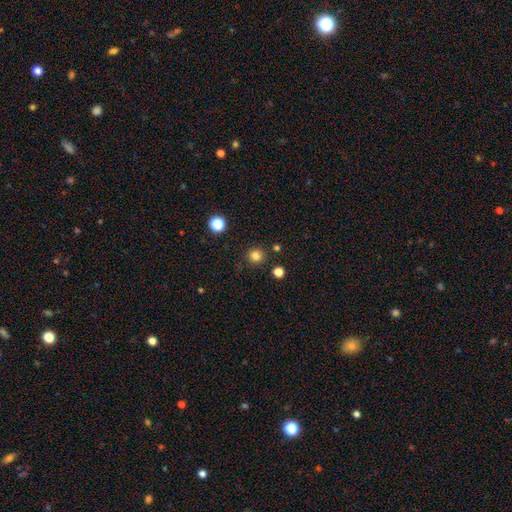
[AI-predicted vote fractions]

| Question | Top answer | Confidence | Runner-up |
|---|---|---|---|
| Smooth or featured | smooth | 81% | star or artifact (14%) |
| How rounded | round | 93% | in between (6%) |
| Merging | none | 88% | minor disturbance (7%) |